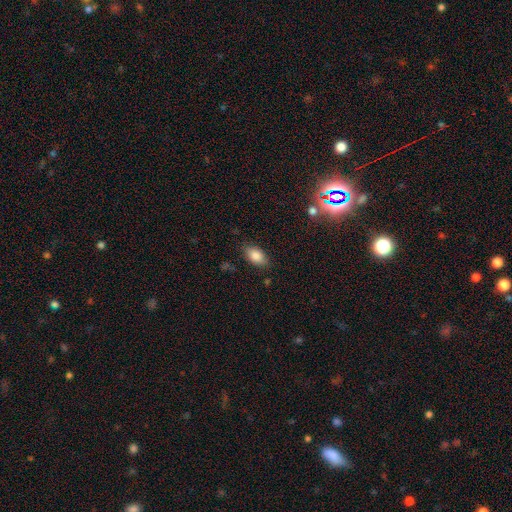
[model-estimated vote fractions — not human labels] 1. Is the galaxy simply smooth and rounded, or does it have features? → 85% smooth, 8% star or artifact, 8% featured or disk.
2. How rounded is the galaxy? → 91% in between, 5% round, 4% cigar-shaped.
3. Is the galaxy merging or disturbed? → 83% none, 12% minor disturbance, 3% major disturbance, 1% merger.